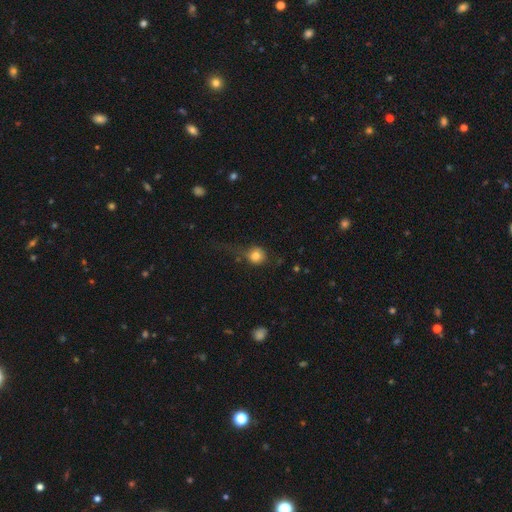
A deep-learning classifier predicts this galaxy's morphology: Q: Smooth or featured?
A: smooth (80%); runner-up: star or artifact (11%)
Q: How rounded?
A: round (86%); runner-up: in between (12%)
Q: Merging?
A: none (45%); runner-up: major disturbance (27%)